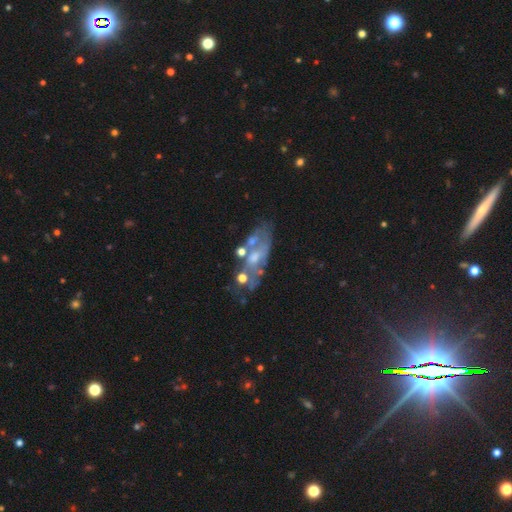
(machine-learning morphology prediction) Smooth or featured? featured or disk (64%)
Edge-on disk? no (83%)
Bar? no (72%)
Spiral arms? no (63%)
Bulge size? small (43%)
Merging? none (51%)